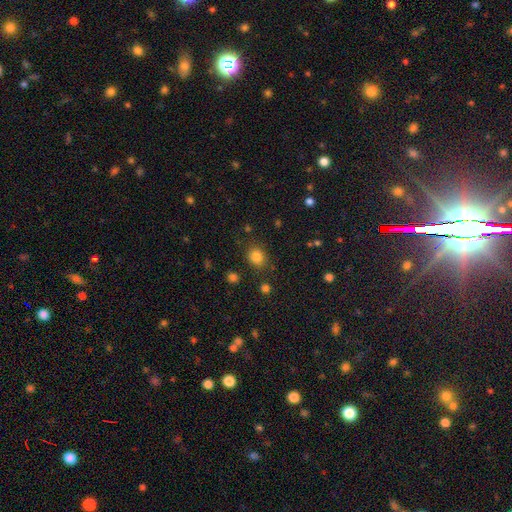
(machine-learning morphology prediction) smooth-or-featured: smooth: 81% | star or artifact: 14% | featured or disk: 5%
  how-rounded: round: 70% | in between: 29% | cigar-shaped: 1%
  merging: none: 83% | minor disturbance: 10% | major disturbance: 4% | merger: 3%